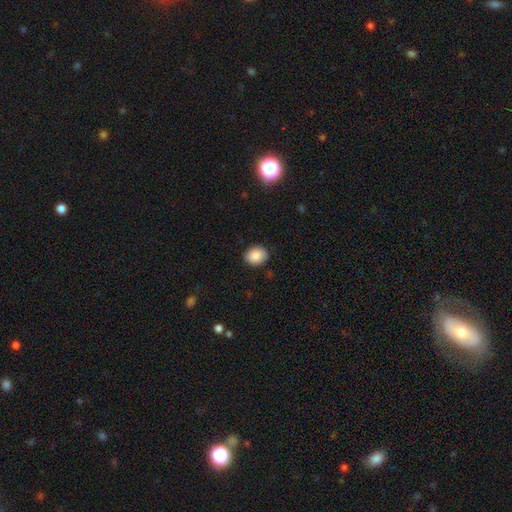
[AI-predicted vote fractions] Smooth or featured?
  - smooth: 88% *
  - star or artifact: 9%
  - featured or disk: 4%
How rounded?
  - round: 59% *
  - in between: 40%
  - cigar-shaped: 1%
Merging?
  - none: 89% *
  - minor disturbance: 8%
  - major disturbance: 2%
  - merger: 1%